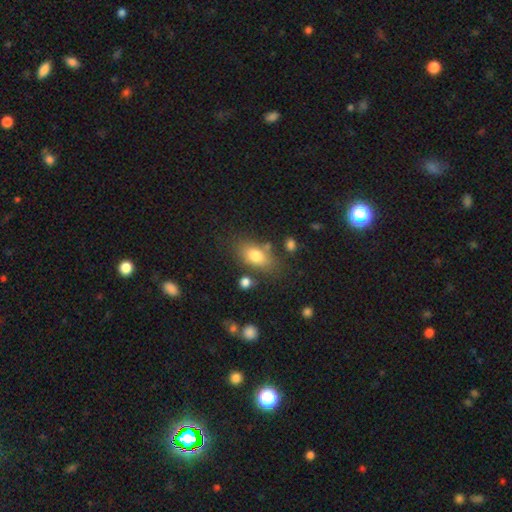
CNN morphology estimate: A smooth galaxy with no disk features (78%) that is in between round and cigar-shaped (86%).

Vote fractions:
- Smooth or featured? smooth: 78% / featured or disk: 13% / star or artifact: 8%
- How rounded? in between: 86% / round: 9% / cigar-shaped: 6%
- Merging? none: 72% / minor disturbance: 16% / merger: 7% / major disturbance: 5%